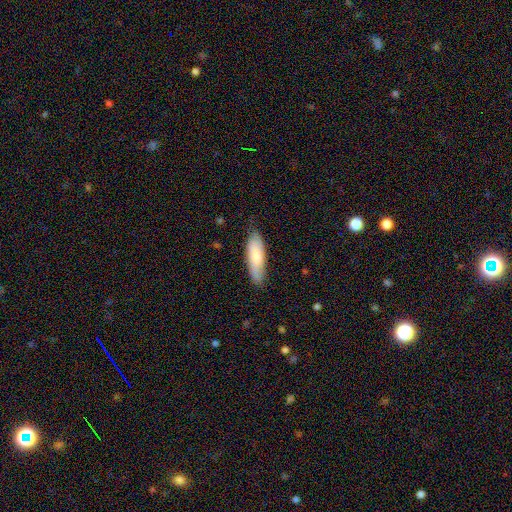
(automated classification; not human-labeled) This is likely a smooth galaxy (77%). How rounded: possibly cigar-shaped (51%). Merging: likely none (79%).